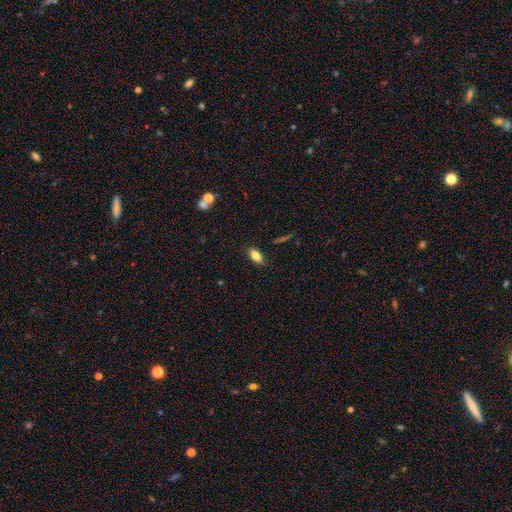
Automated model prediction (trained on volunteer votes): smooth-or-featured: smooth: 79% | featured or disk: 12% | star or artifact: 9%
  how-rounded: in between: 85% | cigar-shaped: 11% | round: 5%
  merging: none: 83% | minor disturbance: 12% | major disturbance: 3% | merger: 2%